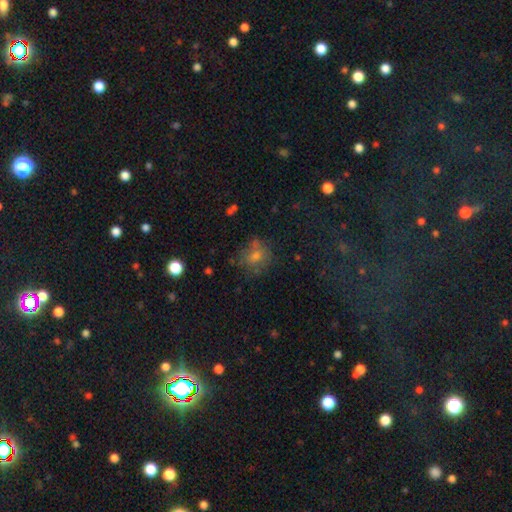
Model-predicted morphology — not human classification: Smooth or featured? smooth (59%)
How rounded? round (76%)
Merging? none (66%)